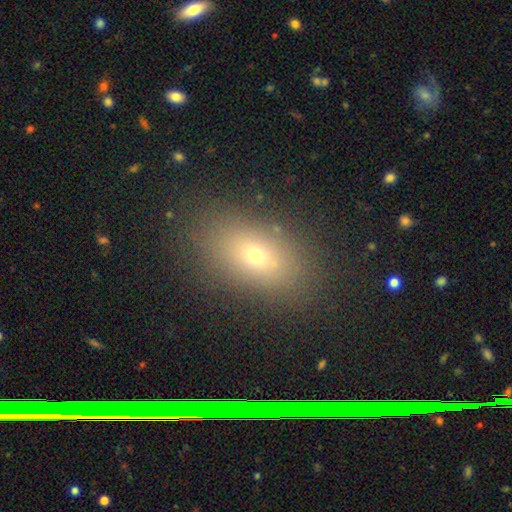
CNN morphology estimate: Smooth or featured? Predicted: smooth (p=0.66). How rounded? Predicted: in between (p=0.83). Merging? Predicted: none (p=0.83).